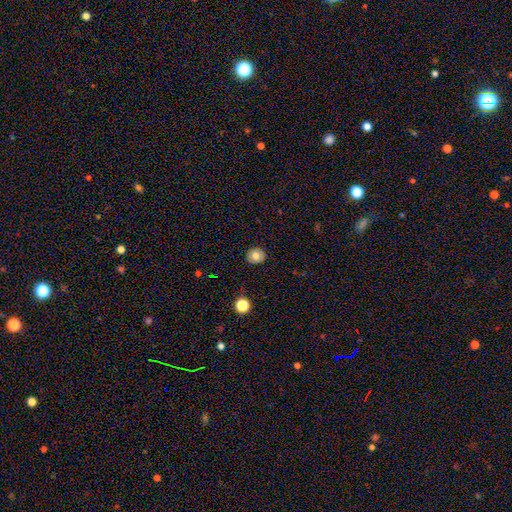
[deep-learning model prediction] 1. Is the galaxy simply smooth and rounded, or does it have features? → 77% smooth, 13% featured or disk, 10% star or artifact.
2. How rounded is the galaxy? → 83% round, 16% in between, 1% cigar-shaped.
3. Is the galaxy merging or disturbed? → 90% none, 7% minor disturbance, 2% major disturbance, 1% merger.